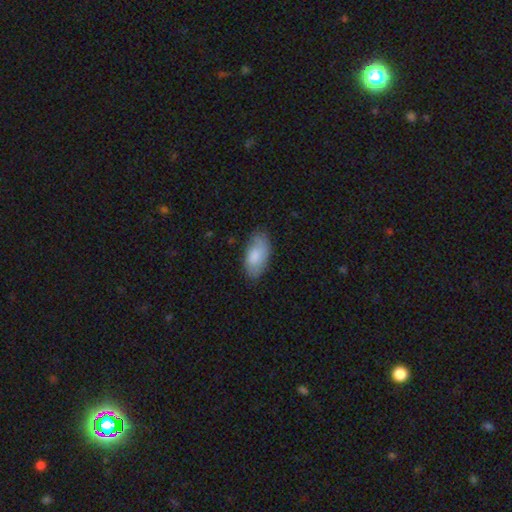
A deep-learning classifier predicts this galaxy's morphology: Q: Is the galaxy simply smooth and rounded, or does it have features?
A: smooth — 78%.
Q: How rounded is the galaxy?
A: in between — 94%.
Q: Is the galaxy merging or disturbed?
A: none — 70%.